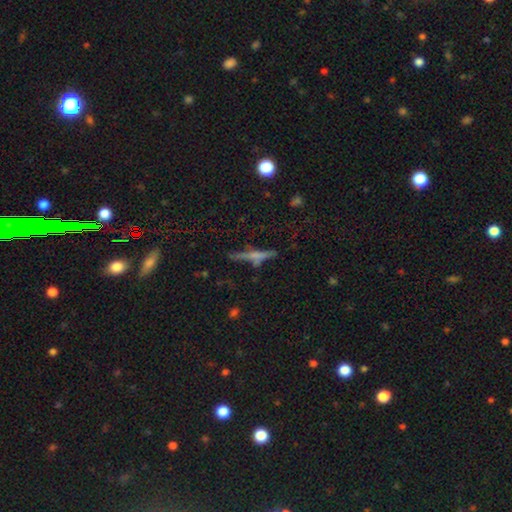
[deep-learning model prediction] Smooth or featured? Predicted: featured or disk (p=0.50). Edge-on disk? Predicted: yes (p=0.94). Merging? Predicted: none (p=0.74).